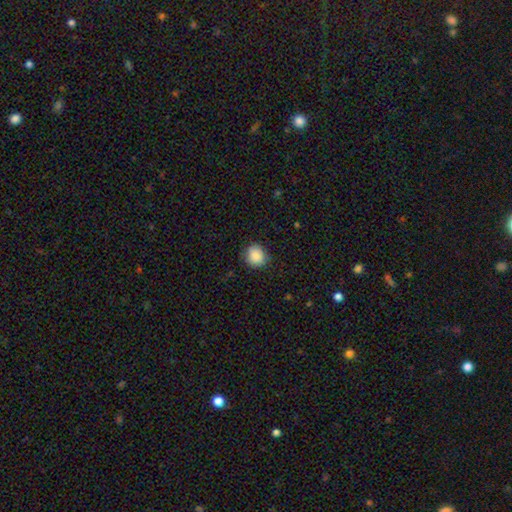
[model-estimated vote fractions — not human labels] A smooth galaxy with no disk features (88%) that is round (84%).

Vote fractions:
- Smooth or featured? smooth: 88% / star or artifact: 8% / featured or disk: 4%
- How rounded? round: 84% / in between: 15% / cigar-shaped: 1%
- Merging? none: 83% / minor disturbance: 13% / major disturbance: 3% / merger: 1%